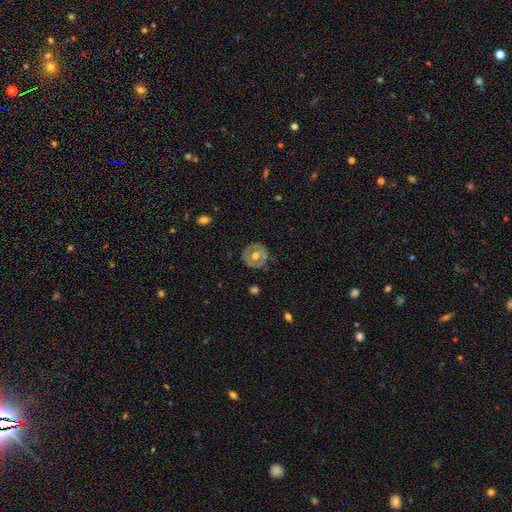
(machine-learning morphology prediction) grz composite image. It shows a featured or disk galaxy (52%). Merging: none (83%).